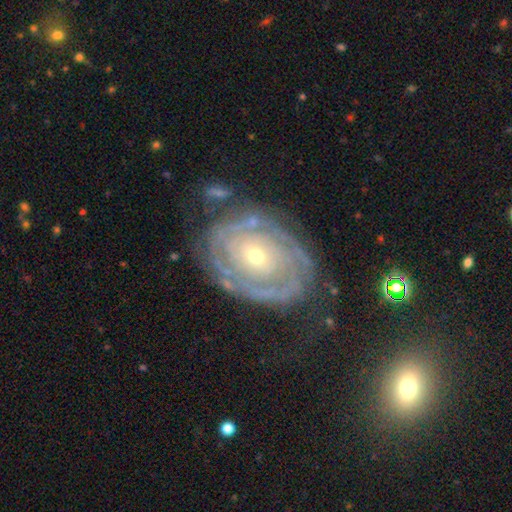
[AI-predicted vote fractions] featured or disk 83%, smooth 11%, star or artifact 6%. Down the decision tree: edge-on disk — no (96%); bar — no (84%); spiral arms — yes (84%); spiral arm count — can't tell (44%); spiral winding — tight (82%); bulge size — small (67%); merging — none (70%).